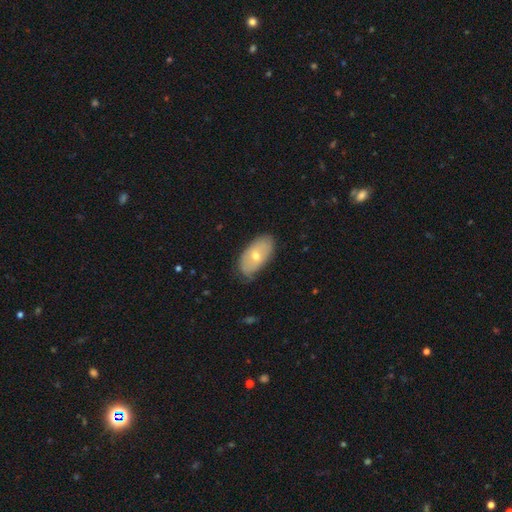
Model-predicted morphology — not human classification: Smooth or featured? smooth (54%)
How rounded? in between (92%)
Merging? none (75%)